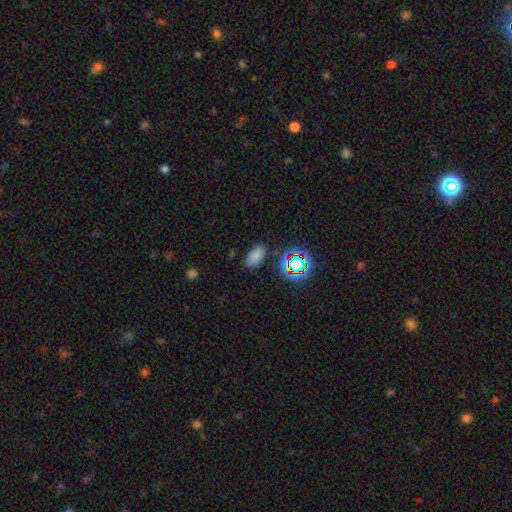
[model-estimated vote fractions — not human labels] This is likely a smooth galaxy (75%). How rounded: clearly in between (91%). Merging: clearly none (84%).